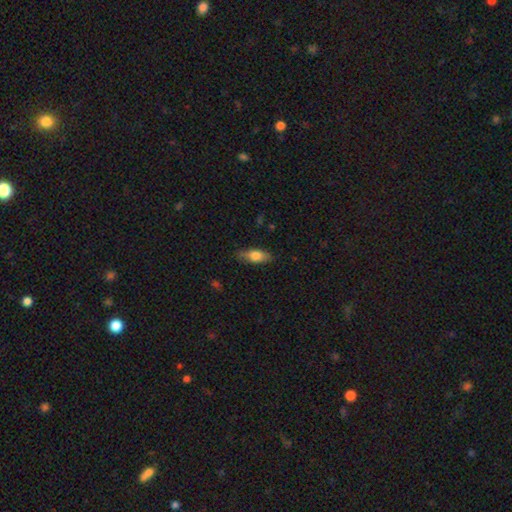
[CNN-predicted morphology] Q: Smooth or featured?
A: smooth (73%); runner-up: featured or disk (21%)
Q: How rounded?
A: in between (75%); runner-up: cigar-shaped (22%)
Q: Merging?
A: none (81%); runner-up: minor disturbance (15%)